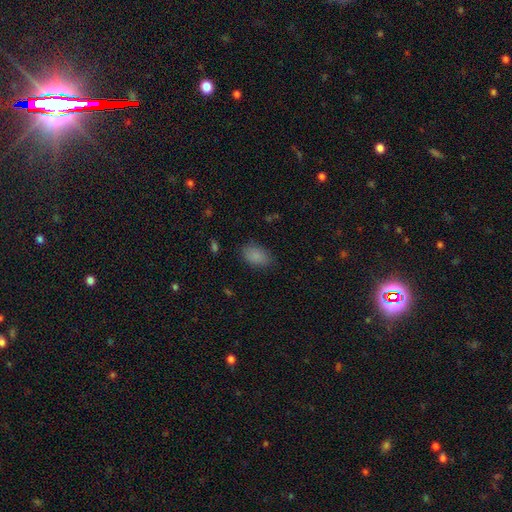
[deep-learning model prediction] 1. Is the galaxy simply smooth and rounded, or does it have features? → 87% smooth, 9% star or artifact, 5% featured or disk.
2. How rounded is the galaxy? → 90% in between, 8% round, 2% cigar-shaped.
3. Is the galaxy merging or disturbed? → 81% none, 15% minor disturbance, 4% major disturbance, 1% merger.